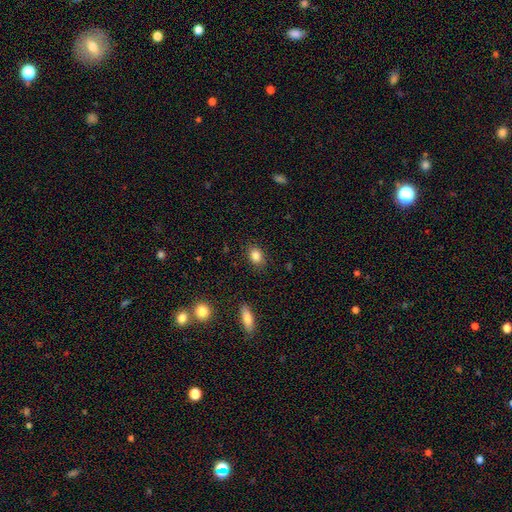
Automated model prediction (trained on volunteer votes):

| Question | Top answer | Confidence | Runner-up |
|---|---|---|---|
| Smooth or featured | smooth | 84% | star or artifact (10%) |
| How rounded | in between | 62% | round (37%) |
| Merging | none | 86% | minor disturbance (10%) |